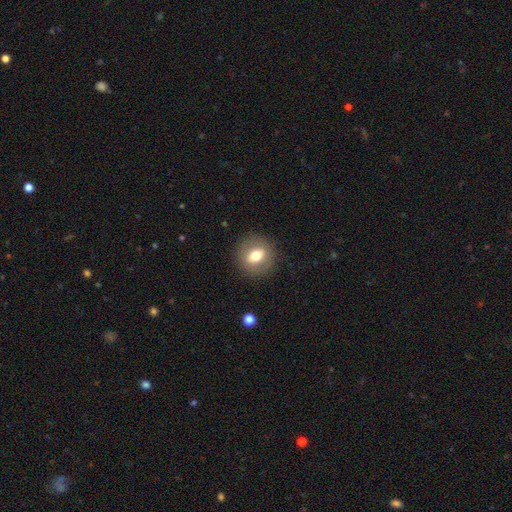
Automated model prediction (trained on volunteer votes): The model was most divided on "smooth or featured": smooth: 66%, featured or disk: 25%, star or artifact: 9%. More confident: merging — none (87%); how rounded — round (73%).